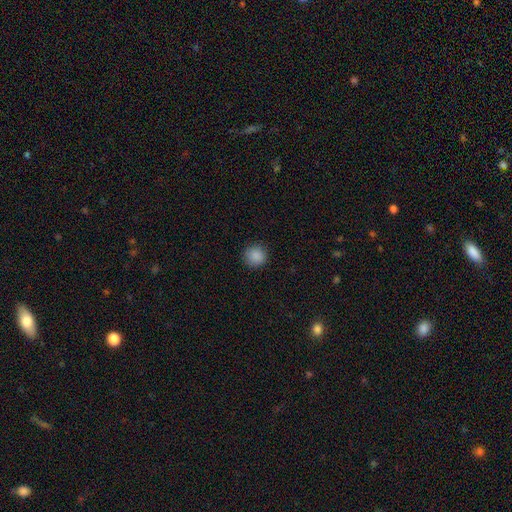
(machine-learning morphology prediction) This is clearly a smooth galaxy (88%). How rounded: clearly round (94%). Merging: clearly none (91%).